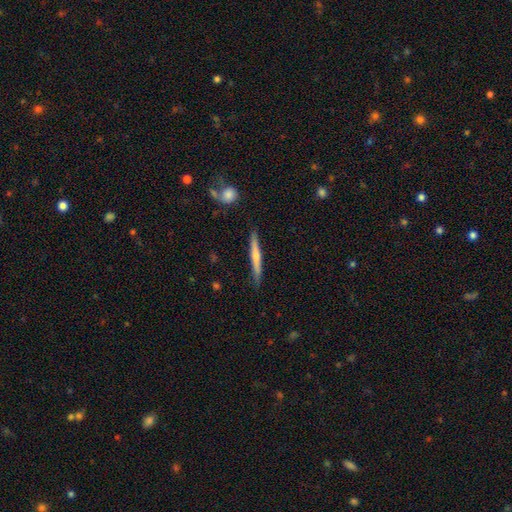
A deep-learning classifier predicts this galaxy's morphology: The model was most divided on "smooth or featured": featured or disk: 59%, smooth: 35%, star or artifact: 6%. More confident: edge-on disk — yes (97%); merging — none (87%); edge-on bulge — rounded (64%).